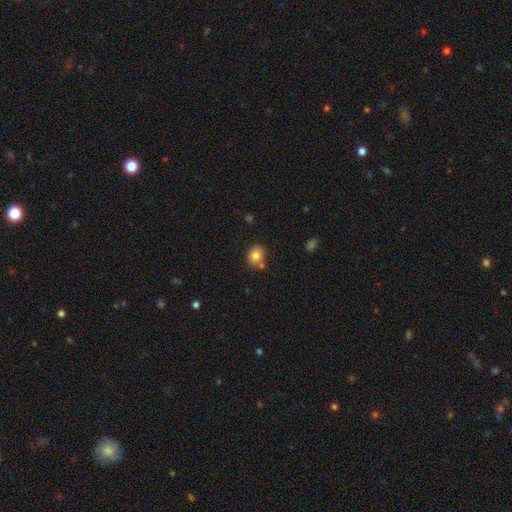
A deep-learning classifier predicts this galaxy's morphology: Smooth or featured?
  - smooth: 82% *
  - star or artifact: 10%
  - featured or disk: 8%
How rounded?
  - round: 57% *
  - in between: 42%
  - cigar-shaped: 1%
Merging?
  - none: 72% *
  - minor disturbance: 13%
  - merger: 12%
  - major disturbance: 3%